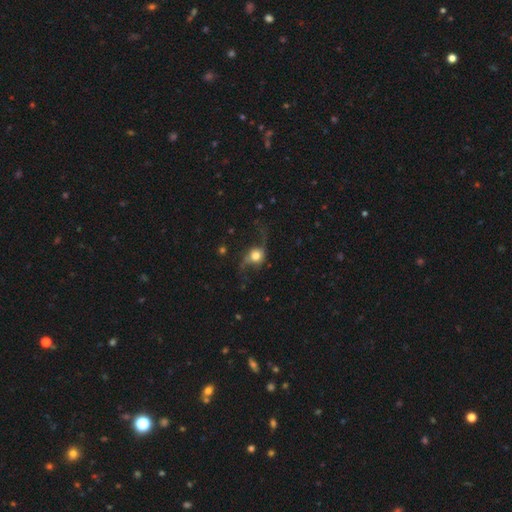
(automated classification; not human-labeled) Smooth or featured? Predicted: featured or disk (p=0.48). Merging? Predicted: none (p=0.52).